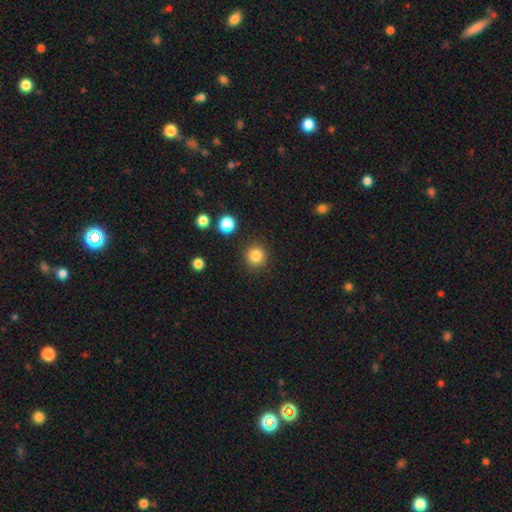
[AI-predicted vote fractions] Q: Smooth or featured?
A: smooth (84%); runner-up: star or artifact (11%)
Q: How rounded?
A: round (94%); runner-up: in between (5%)
Q: Merging?
A: none (91%); runner-up: minor disturbance (5%)